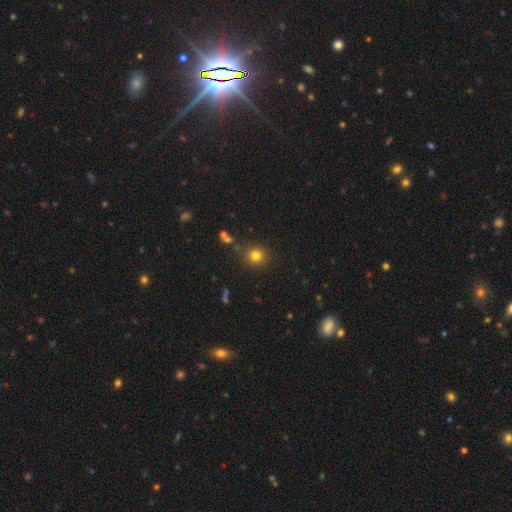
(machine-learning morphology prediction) Q: Smooth or featured?
A: smooth (79%); runner-up: star or artifact (15%)
Q: How rounded?
A: round (89%); runner-up: in between (10%)
Q: Merging?
A: none (84%); runner-up: minor disturbance (9%)